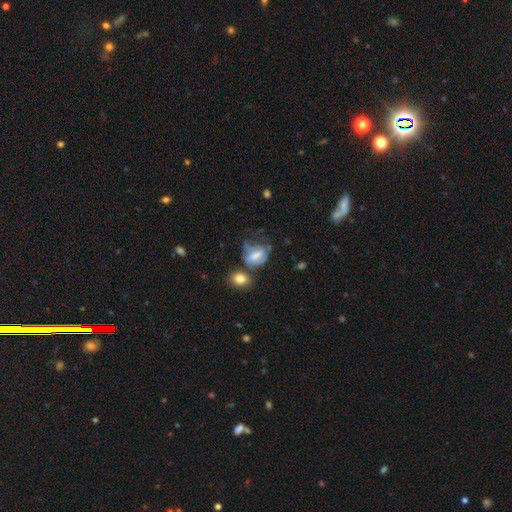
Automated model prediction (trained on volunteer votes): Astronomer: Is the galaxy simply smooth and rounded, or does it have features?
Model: featured or disk — 50% (runner-up: smooth, 39%).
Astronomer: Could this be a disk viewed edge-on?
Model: no — 94%.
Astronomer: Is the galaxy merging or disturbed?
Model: none — 39% (runner-up: minor disturbance, 23%).